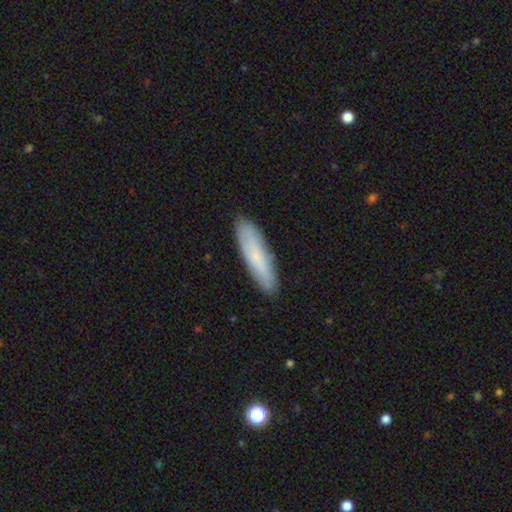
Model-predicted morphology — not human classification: smooth_or_featured: smooth (p=0.73) [alt: featured or disk p=0.20]
how_rounded: cigar-shaped (p=0.78) [alt: in between p=0.20]
merging: none (p=0.89) [alt: minor disturbance p=0.08]